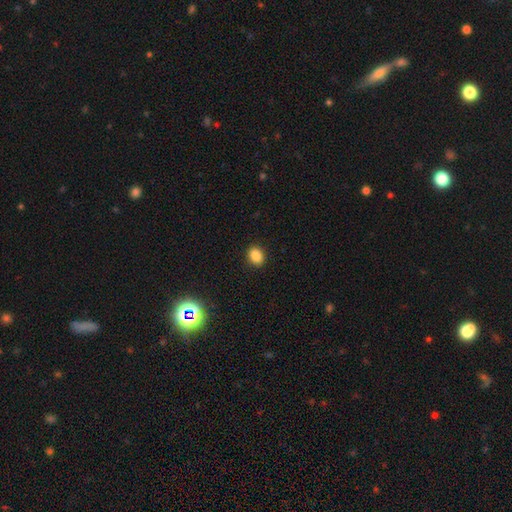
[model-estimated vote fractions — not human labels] This appears to be a smooth galaxy with no disk features (86%) that is in between round and cigar-shaped (52%). Merging: none (91%).